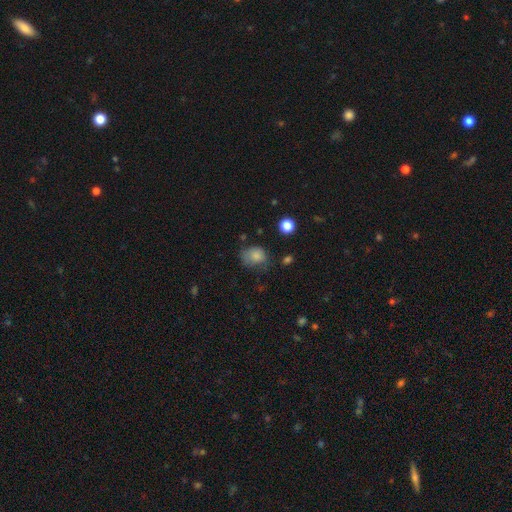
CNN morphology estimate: Smooth or featured?
  - smooth: 79% *
  - star or artifact: 12%
  - featured or disk: 10%
How rounded?
  - round: 53% *
  - in between: 46%
  - cigar-shaped: 1%
Merging?
  - none: 46% *
  - minor disturbance: 33%
  - major disturbance: 18%
  - merger: 3%